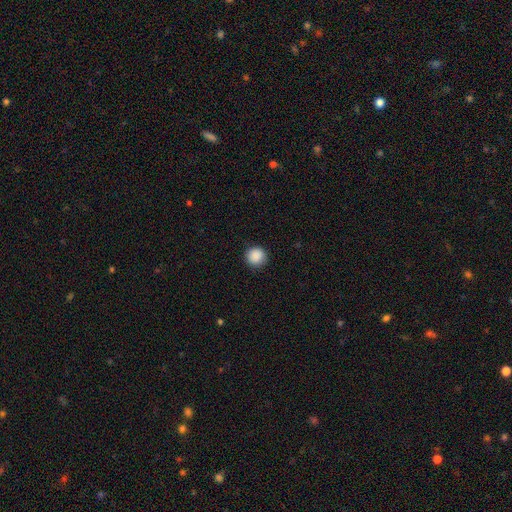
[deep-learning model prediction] The model was most divided on "smooth or featured": smooth: 89%, star or artifact: 8%, featured or disk: 2%. More confident: how rounded — round (94%); merging — none (90%).